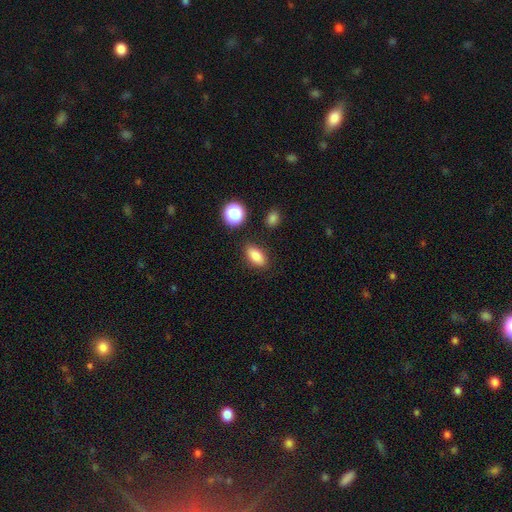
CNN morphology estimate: smooth-or-featured: smooth: 84% | star or artifact: 10% | featured or disk: 6%
  how-rounded: in between: 86% | round: 8% | cigar-shaped: 6%
  merging: none: 85% | minor disturbance: 10% | merger: 3% | major disturbance: 3%